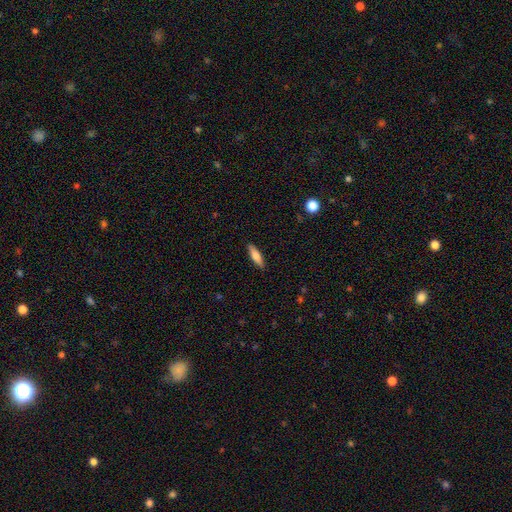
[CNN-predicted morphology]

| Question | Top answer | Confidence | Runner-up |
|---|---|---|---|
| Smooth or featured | smooth | 71% | featured or disk (23%) |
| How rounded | cigar-shaped | 66% | in between (32%) |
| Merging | none | 89% | minor disturbance (8%) |